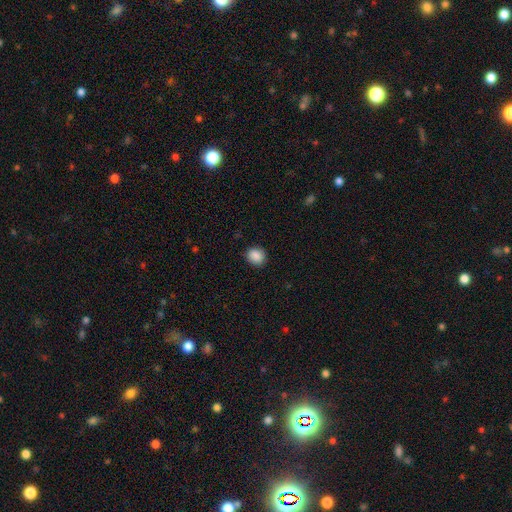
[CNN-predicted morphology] The model was most divided on "how rounded": round: 72%, in between: 27%, cigar-shaped: 1%. More confident: smooth or featured — smooth (88%); merging — none (88%).